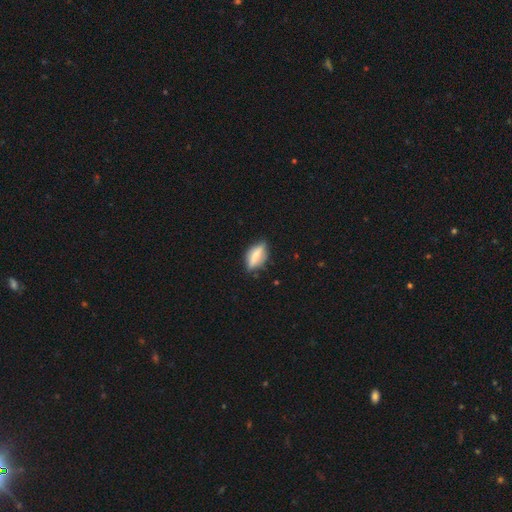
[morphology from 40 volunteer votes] Volunteers were most divided on "edge-on disk": yes: 70%, no: 30%. More confident: merging — none (85%); smooth or featured — featured or disk (75%); edge-on bulge — rounded (71%).